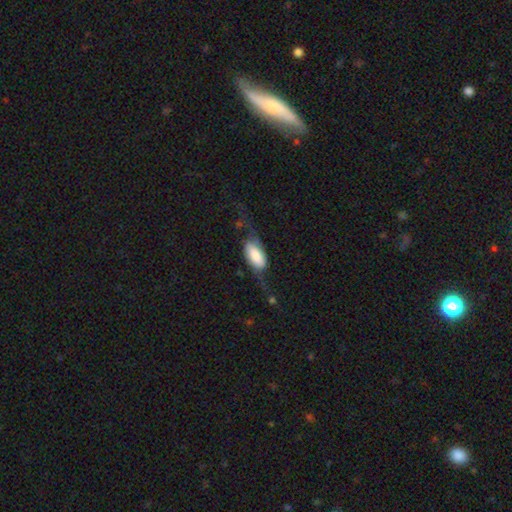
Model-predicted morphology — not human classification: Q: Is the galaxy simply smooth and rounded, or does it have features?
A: smooth — 49%.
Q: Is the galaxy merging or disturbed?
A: none — 43%.